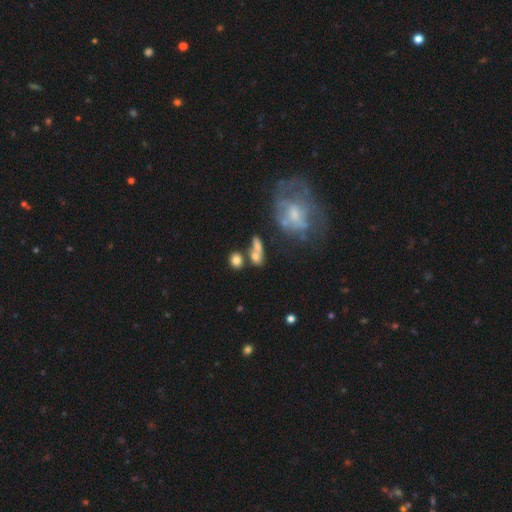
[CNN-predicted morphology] Smooth or featured: smooth — 65% (featured or disk — 22%)
How rounded: in between — 51% (round — 41%)
Merging: none — 40% (merger — 37%)